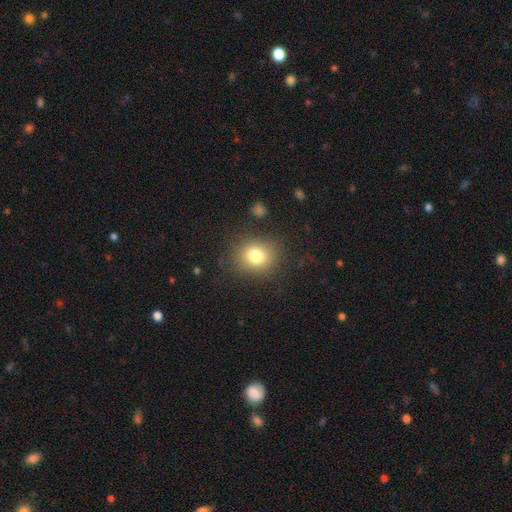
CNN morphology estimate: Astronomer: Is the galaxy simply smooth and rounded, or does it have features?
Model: smooth — 78%.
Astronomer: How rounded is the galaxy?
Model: round — 72%.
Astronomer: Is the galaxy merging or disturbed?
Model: none — 83%.